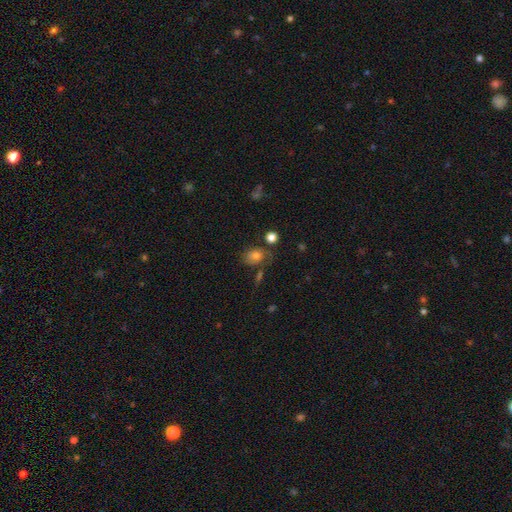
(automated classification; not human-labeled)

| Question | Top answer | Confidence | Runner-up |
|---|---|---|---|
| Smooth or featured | smooth | 68% | featured or disk (20%) |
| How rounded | in between | 62% | round (37%) |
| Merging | none | 51% | minor disturbance (24%) |